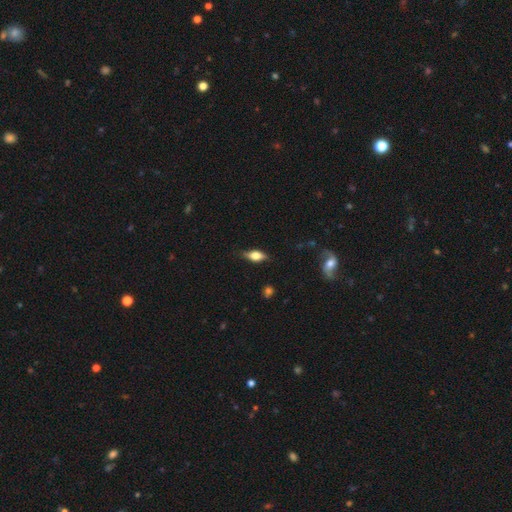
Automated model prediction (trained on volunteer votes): This is possibly a smooth galaxy (56%). How rounded: likely in between (75%). Merging: likely none (79%).